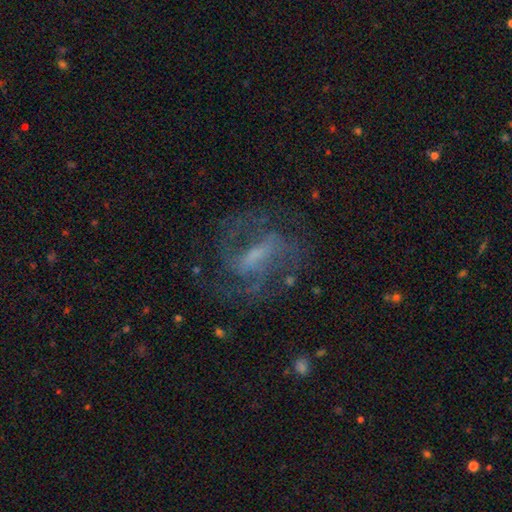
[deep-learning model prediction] Q: Smooth or featured?
A: featured or disk (80%); runner-up: smooth (11%)
Q: Edge-on disk?
A: no (94%); runner-up: yes (6%)
Q: Bar?
A: strong (45%); runner-up: weak (40%)
Q: Spiral arms?
A: yes (90%); runner-up: no (10%)
Q: Spiral winding?
A: medium (52%); runner-up: tight (29%)
Q: Spiral arm count?
A: 2 (58%); runner-up: can't tell (19%)
Q: Bulge size?
A: small (40%); runner-up: none (27%)
Q: Merging?
A: none (66%); runner-up: minor disturbance (16%)